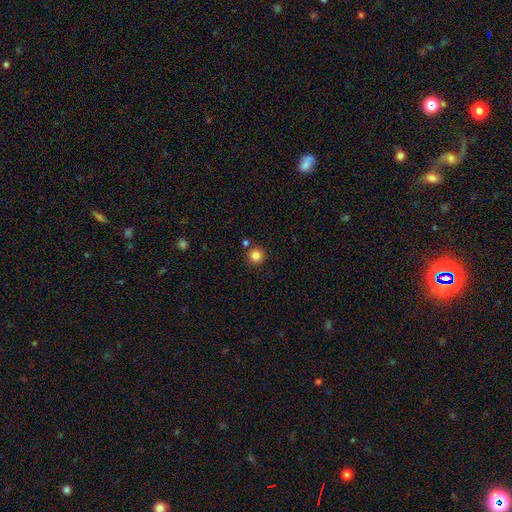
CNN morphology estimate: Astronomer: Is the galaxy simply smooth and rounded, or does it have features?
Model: smooth — 84%.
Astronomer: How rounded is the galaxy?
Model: round — 96%.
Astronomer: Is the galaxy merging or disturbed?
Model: none — 86%.